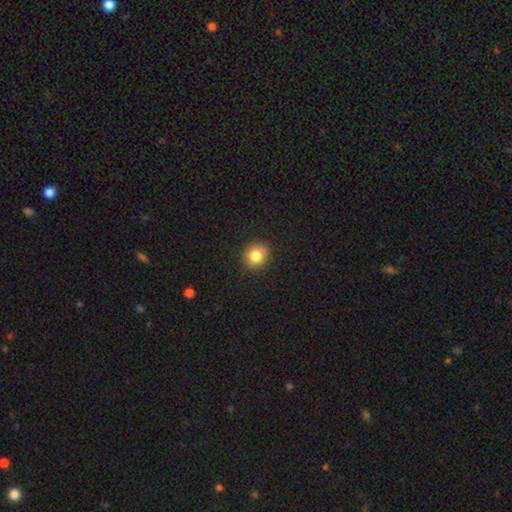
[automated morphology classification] Smooth or featured: smooth — 83% (star or artifact — 10%)
How rounded: round — 81% (in between — 18%)
Merging: none — 86% (minor disturbance — 10%)